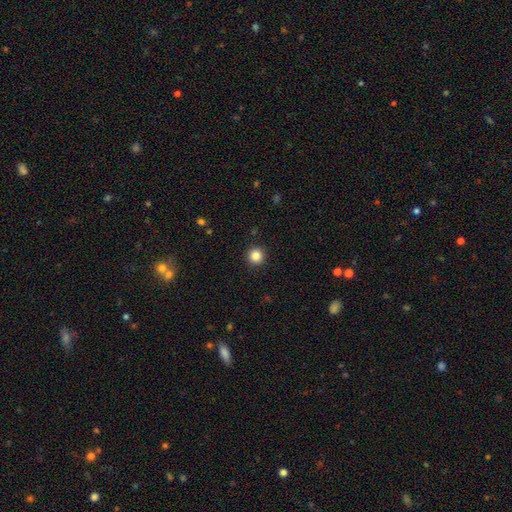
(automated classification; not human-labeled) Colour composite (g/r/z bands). It shows a smooth galaxy with no disk features (85%) that is round (95%). Merging: none (93%).